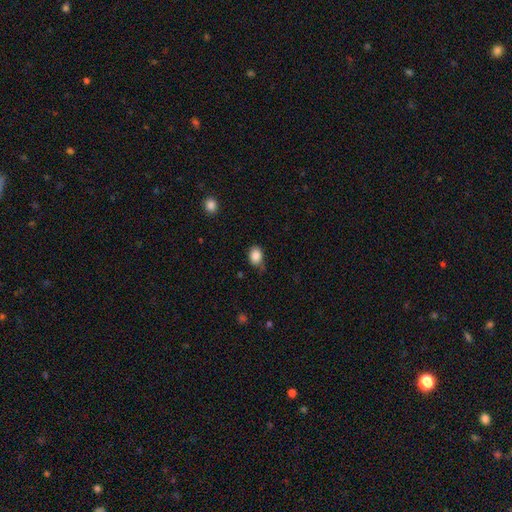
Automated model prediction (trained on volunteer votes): This is clearly a smooth galaxy (86%). How rounded: likely in between (70%). Merging: likely none (69%).